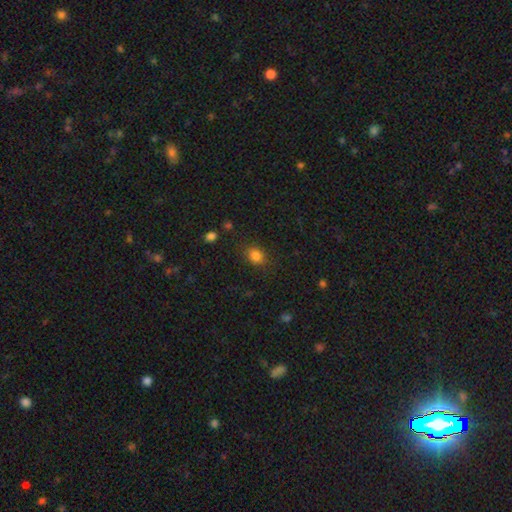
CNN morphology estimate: A smooth galaxy with no disk features (82%) that is round (58%).

Vote fractions:
- Smooth or featured? smooth: 82% / star or artifact: 13% / featured or disk: 5%
- How rounded? round: 58% / in between: 40% / cigar-shaped: 1%
- Merging? none: 83% / minor disturbance: 12% / major disturbance: 4% / merger: 2%